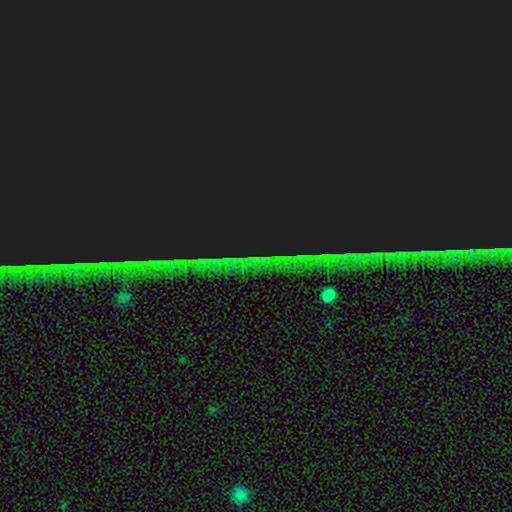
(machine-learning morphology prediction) This appears to be a star or artifact, not a galaxy (85%).